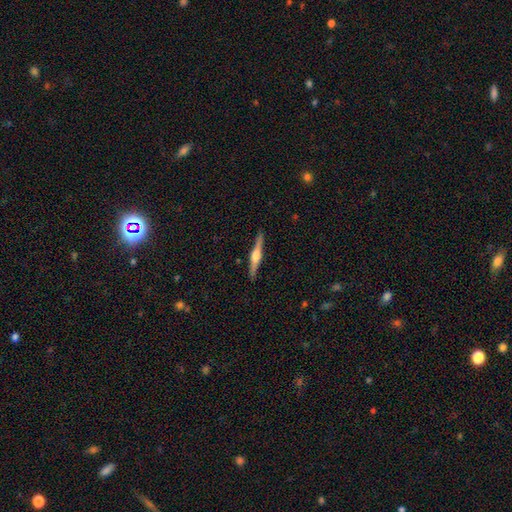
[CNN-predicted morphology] Smooth or featured? Predicted: featured or disk (p=0.76). Edge-on disk? Predicted: yes (p=0.98). Edge-on bulge? Predicted: rounded (p=0.88). Merging? Predicted: none (p=0.91).